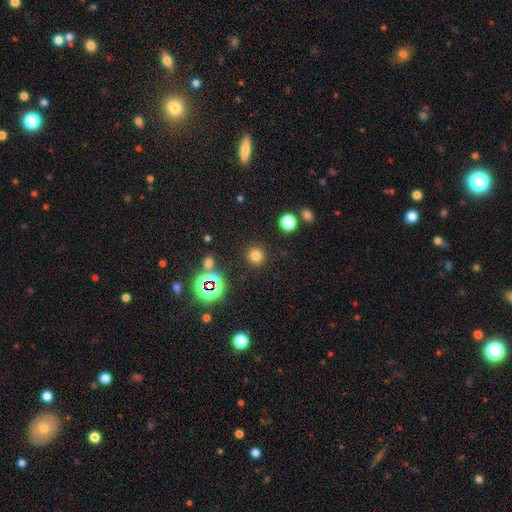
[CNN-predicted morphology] smooth 74%, star or artifact 20%, featured or disk 6%. Down the decision tree: how rounded — round (92%); merging — none (89%).